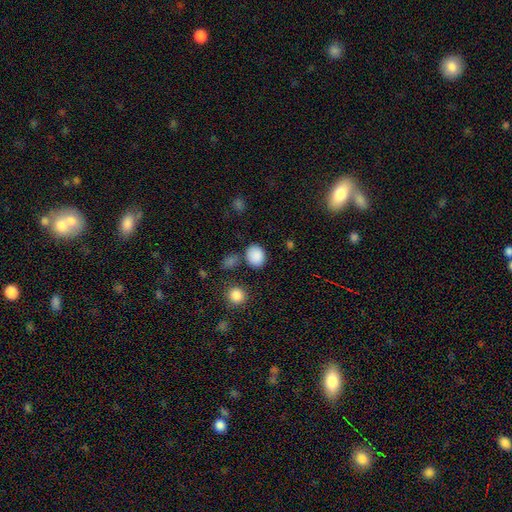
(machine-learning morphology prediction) Smooth or featured?
  - smooth: 87% *
  - star or artifact: 10%
  - featured or disk: 4%
How rounded?
  - round: 53% *
  - in between: 46%
  - cigar-shaped: 1%
Merging?
  - none: 79% *
  - minor disturbance: 11%
  - merger: 6%
  - major disturbance: 4%